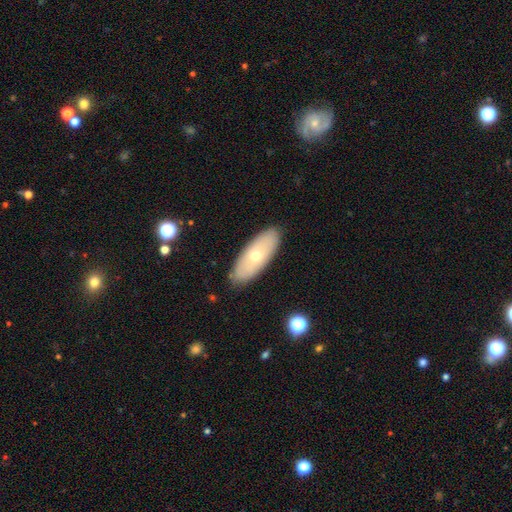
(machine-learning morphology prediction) type=smooth (58%); roundness=in between (74%); merging=none (88%).